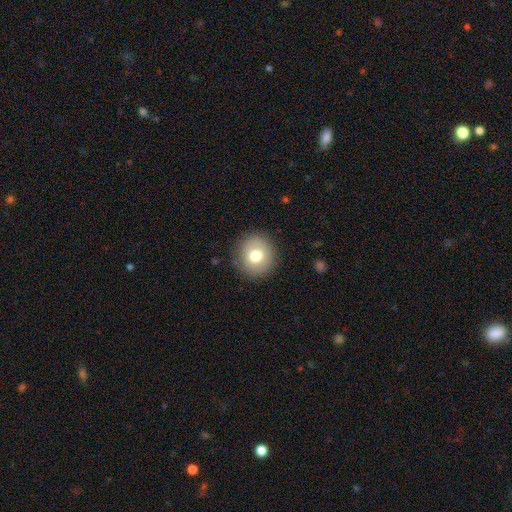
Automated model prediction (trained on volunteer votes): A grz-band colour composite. It shows a smooth galaxy with no disk features (75%) that is round (90%). Merging: none (88%).